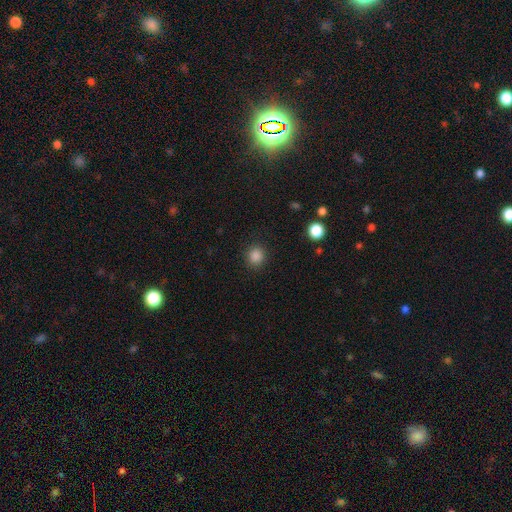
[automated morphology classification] Smooth or featured: smooth — 86% (star or artifact — 11%)
How rounded: round — 88% (in between — 12%)
Merging: none — 90% (minor disturbance — 6%)